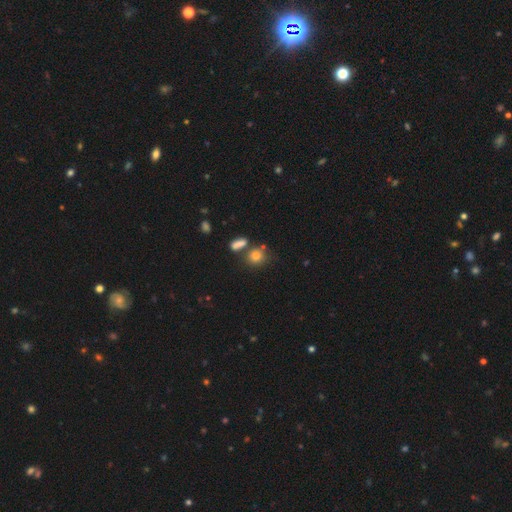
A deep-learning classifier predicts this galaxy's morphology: This is likely a smooth galaxy (80%). How rounded: likely round (73%). Merging: likely none (60%).